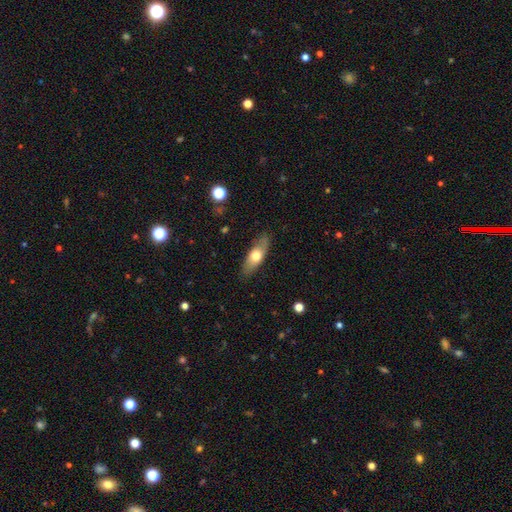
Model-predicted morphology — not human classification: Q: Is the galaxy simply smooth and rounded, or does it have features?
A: smooth — 61%.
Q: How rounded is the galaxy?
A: in between — 63%.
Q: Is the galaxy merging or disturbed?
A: none — 82%.